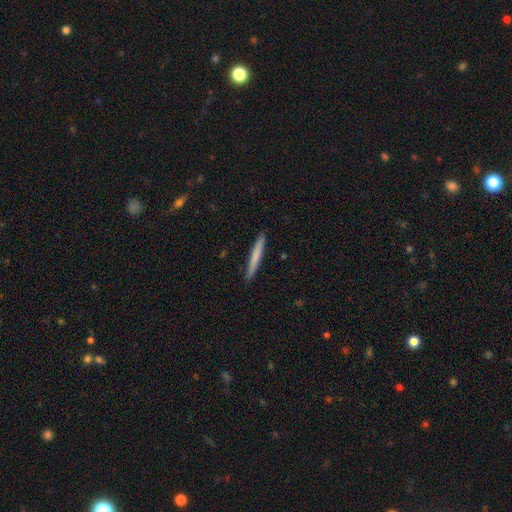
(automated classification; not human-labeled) smooth-or-featured: smooth: 70% | featured or disk: 24% | star or artifact: 5%
  how-rounded: cigar-shaped: 97% | in between: 2% | round: 1%
  merging: none: 91% | minor disturbance: 7% | major disturbance: 1% | merger: 1%